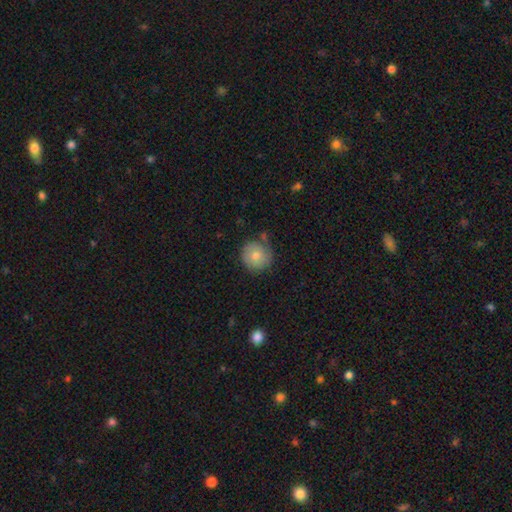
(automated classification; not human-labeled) Smooth or featured?
  - smooth: 73% *
  - featured or disk: 18%
  - star or artifact: 9%
How rounded?
  - round: 93% *
  - in between: 6%
  - cigar-shaped: 1%
Merging?
  - none: 78% *
  - minor disturbance: 15%
  - merger: 4%
  - major disturbance: 3%